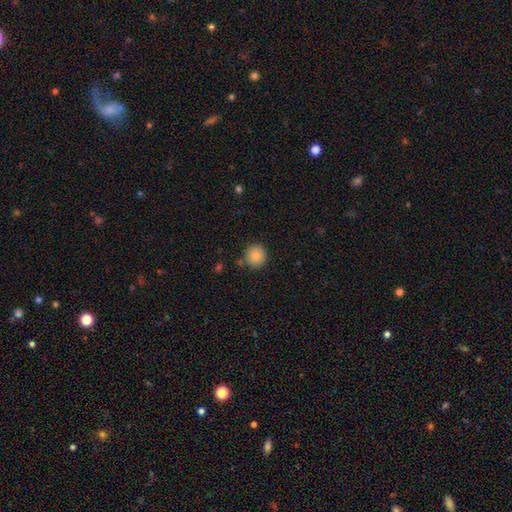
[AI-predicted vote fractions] Smooth or featured? smooth (85%)
How rounded? round (93%)
Merging? none (85%)